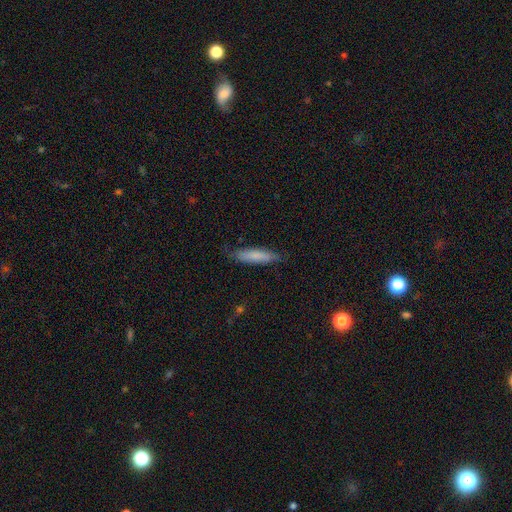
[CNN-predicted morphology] smooth-or-featured: smooth: 77% | featured or disk: 16% | star or artifact: 6%
  how-rounded: cigar-shaped: 76% | in between: 22% | round: 1%
  merging: none: 79% | minor disturbance: 17% | major disturbance: 3% | merger: 1%